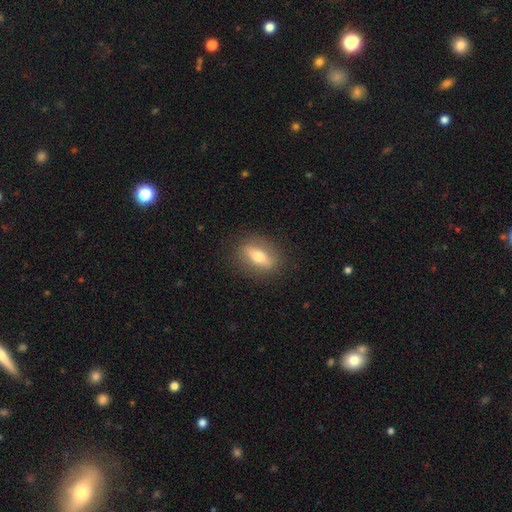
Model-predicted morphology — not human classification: Smooth or featured: smooth — 46% (featured or disk — 45%)
Merging: none — 87% (minor disturbance — 9%)